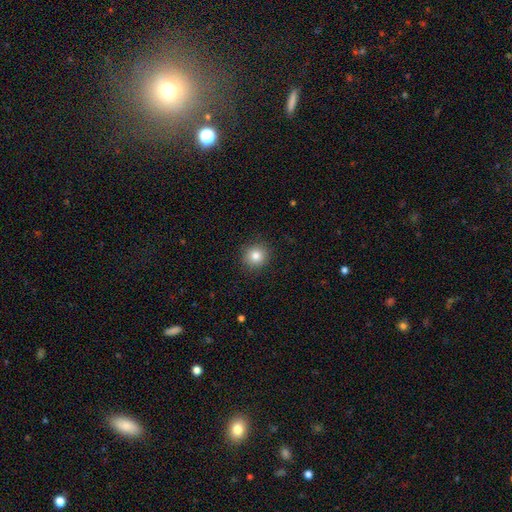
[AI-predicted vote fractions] Smooth or featured?
  - smooth: 82% *
  - star or artifact: 11%
  - featured or disk: 7%
How rounded?
  - round: 90% *
  - in between: 9%
  - cigar-shaped: 1%
Merging?
  - none: 90% *
  - minor disturbance: 7%
  - major disturbance: 2%
  - merger: 1%